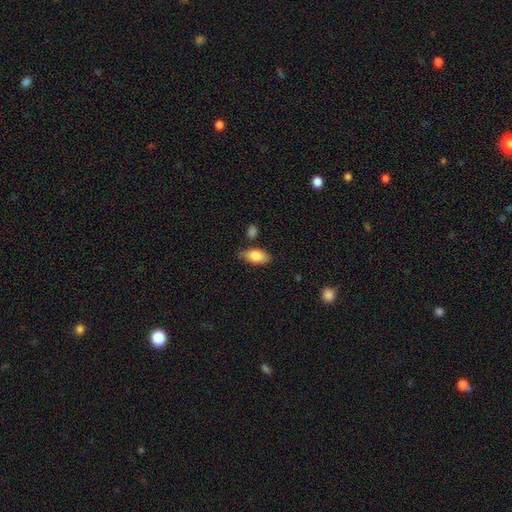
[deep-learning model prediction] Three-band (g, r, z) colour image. It shows a smooth galaxy with no disk features (82%) that is in between round and cigar-shaped (91%). Merging: none (73%).